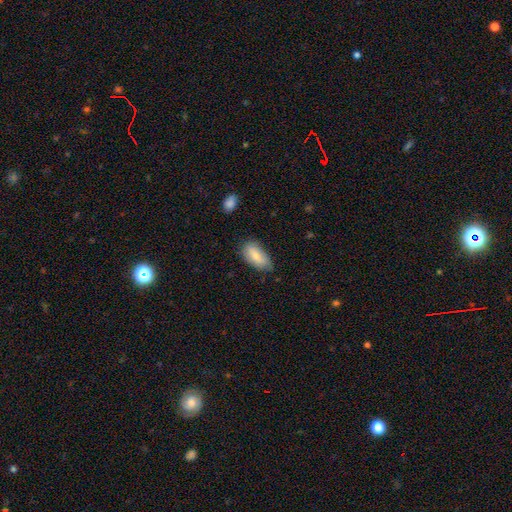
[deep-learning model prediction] This appears to be a smooth galaxy with no disk features (79%) that is in between round and cigar-shaped (91%). Merging: none (69%).